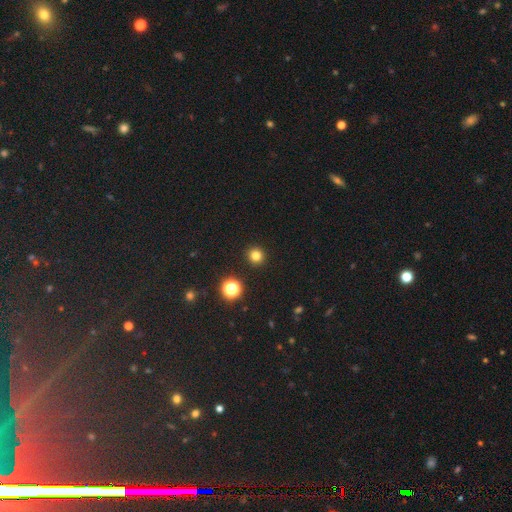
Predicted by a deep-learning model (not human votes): Smooth or featured?
  - smooth: 80% *
  - star or artifact: 15%
  - featured or disk: 5%
How rounded?
  - round: 94% *
  - in between: 5%
  - cigar-shaped: 1%
Merging?
  - none: 93% *
  - minor disturbance: 4%
  - major disturbance: 2%
  - merger: 1%